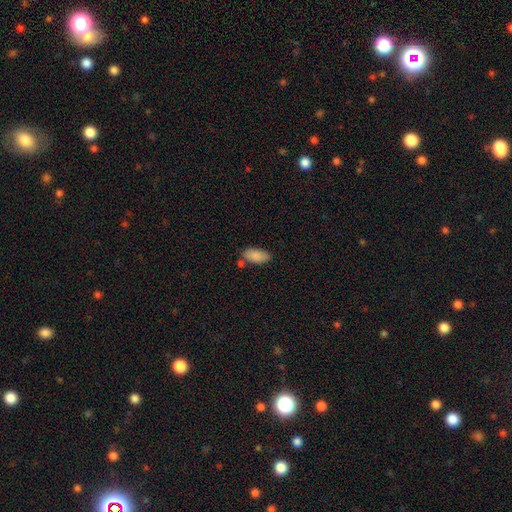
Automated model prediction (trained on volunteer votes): Smooth or featured? smooth (87%)
How rounded? in between (92%)
Merging? none (69%)